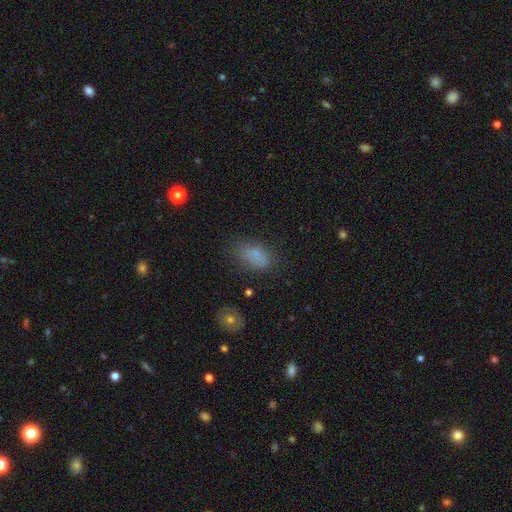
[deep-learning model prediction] The model was most divided on "merging": none: 64%, minor disturbance: 22%, major disturbance: 10%, merger: 4%. More confident: how rounded — in between (88%); smooth or featured — smooth (76%).